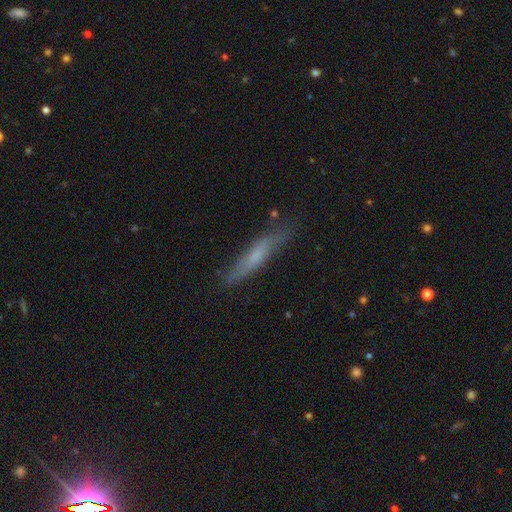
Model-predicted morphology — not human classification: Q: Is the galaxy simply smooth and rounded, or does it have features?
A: smooth — 50%.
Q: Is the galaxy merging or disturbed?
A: none — 76%.